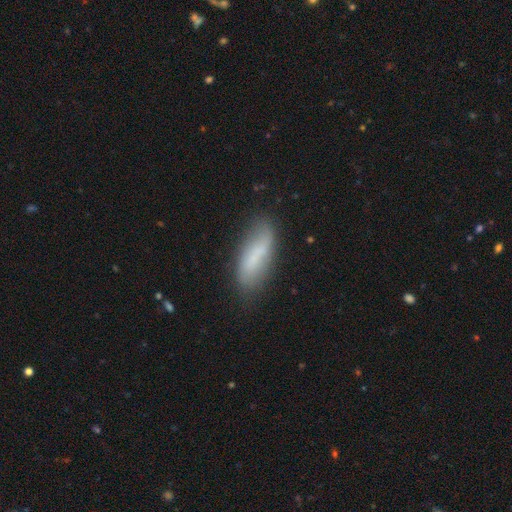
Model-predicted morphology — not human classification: smooth 64%, featured or disk 28%, star or artifact 8%. Down the decision tree: how rounded — in between (63%); merging — none (69%).